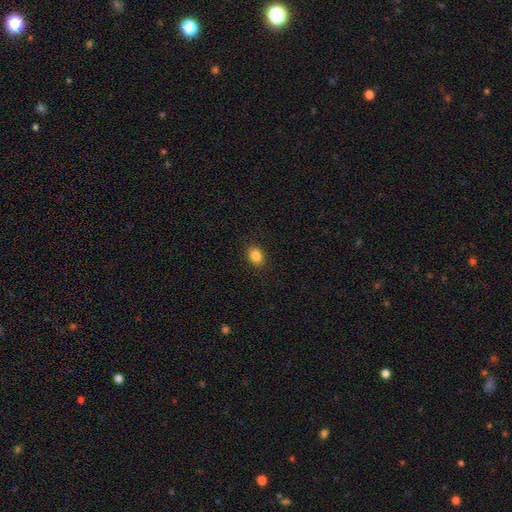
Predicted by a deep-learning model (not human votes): Smooth or featured? Predicted: smooth (p=0.86). How rounded? Predicted: in between (p=0.62). Merging? Predicted: none (p=0.89).